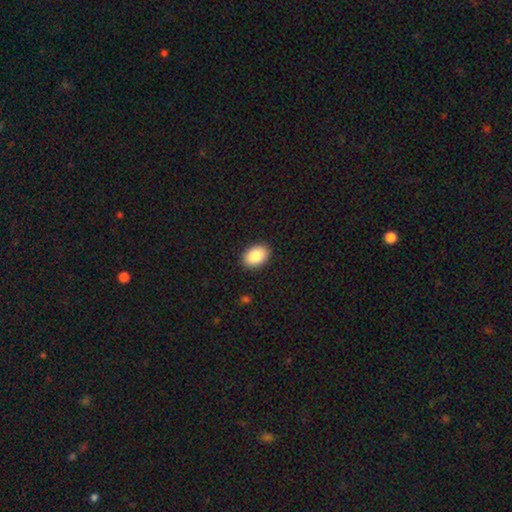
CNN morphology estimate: Smooth or featured? smooth (87%)
How rounded? in between (80%)
Merging? none (90%)